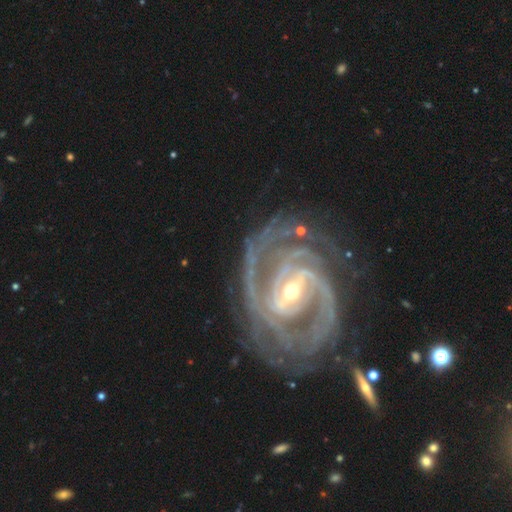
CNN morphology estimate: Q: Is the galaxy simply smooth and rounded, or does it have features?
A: featured or disk — 92%.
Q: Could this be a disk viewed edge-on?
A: no — 97%.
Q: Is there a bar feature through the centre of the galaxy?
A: strong — 47%.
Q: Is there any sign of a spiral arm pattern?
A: yes — 98%.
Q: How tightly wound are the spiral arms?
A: tight — 59%.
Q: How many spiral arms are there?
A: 2 — 48%.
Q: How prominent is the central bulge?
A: small — 59%.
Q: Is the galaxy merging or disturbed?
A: none — 71%.